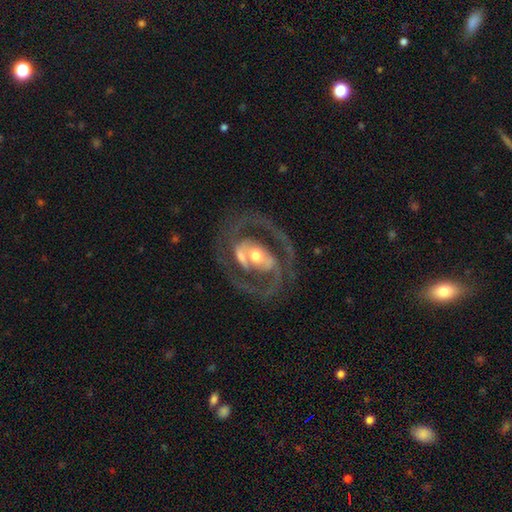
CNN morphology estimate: This appears to be a featured or disk galaxy (86%) with a strong bar (36%), 2 (78%) medium (47%) spiral arms (82%) and a moderate central bulge (64%). Merging: none (66%).